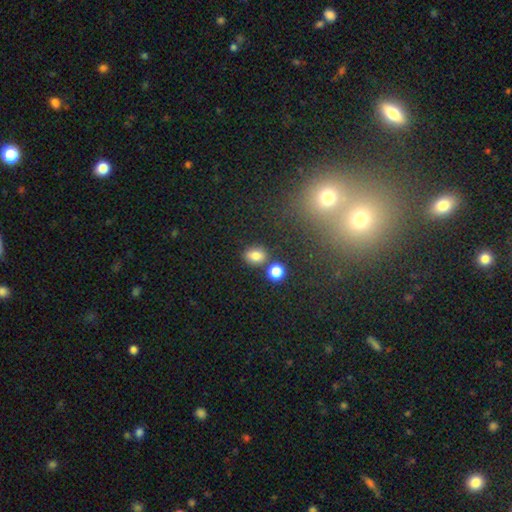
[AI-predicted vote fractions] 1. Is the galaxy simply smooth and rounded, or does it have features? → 79% smooth, 13% star or artifact, 7% featured or disk.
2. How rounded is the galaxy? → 60% in between, 39% round, 2% cigar-shaped.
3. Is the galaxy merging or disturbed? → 73% none, 12% minor disturbance, 12% merger, 3% major disturbance.